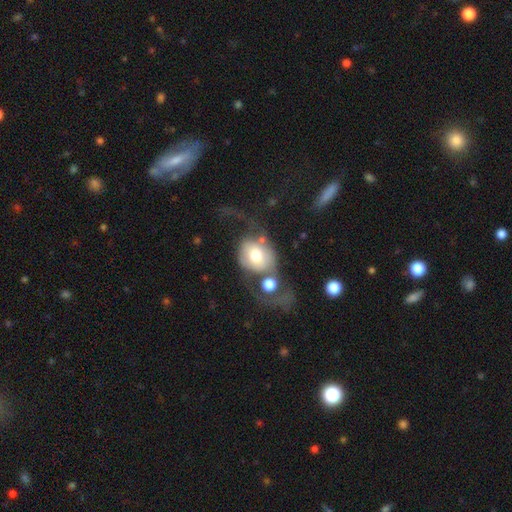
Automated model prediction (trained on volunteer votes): smooth-or-featured: smooth: 53% | featured or disk: 39% | star or artifact: 8%
  how-rounded: round: 59% | in between: 40% | cigar-shaped: 1%
  merging: major disturbance: 36% | merger: 29% | none: 22% | minor disturbance: 13%